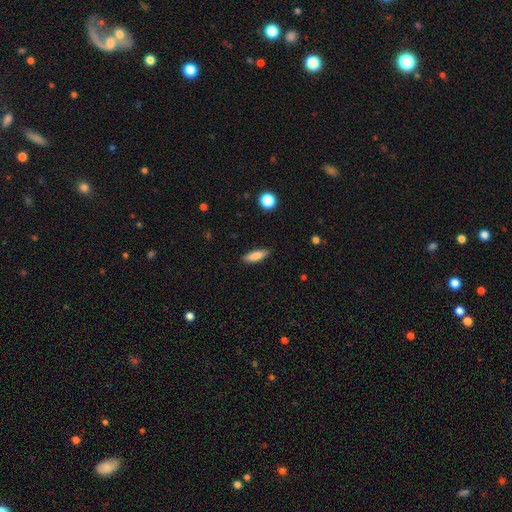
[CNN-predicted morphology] This appears to be a smooth galaxy with no disk features (83%) that is cigar-shaped (50%). Merging: none (88%).